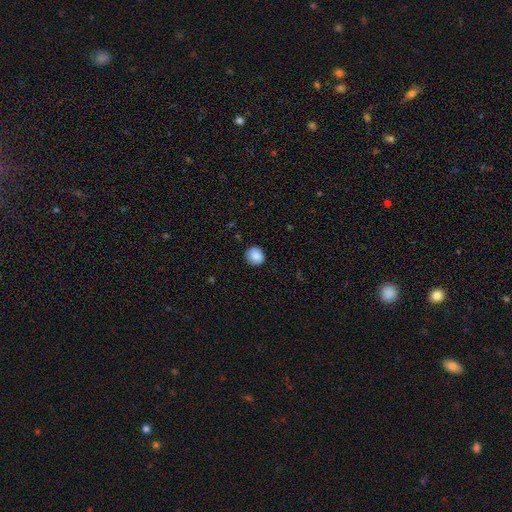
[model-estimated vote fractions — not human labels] This is clearly a smooth galaxy (88%). How rounded: clearly round (84%). Merging: clearly none (86%).